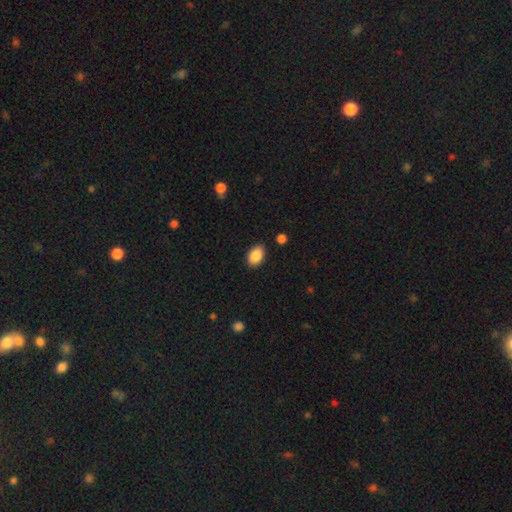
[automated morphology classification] smooth_or_featured: smooth (p=0.88) [alt: star or artifact p=0.07]
how_rounded: in between (p=0.89) [alt: round p=0.10]
merging: none (p=0.88) [alt: minor disturbance p=0.09]